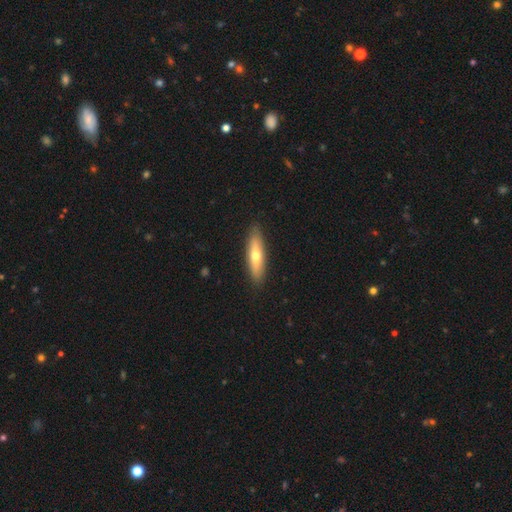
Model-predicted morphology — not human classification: The model was most divided on "smooth or featured": smooth: 53%, featured or disk: 41%, star or artifact: 6%. More confident: merging — none (89%); how rounded — cigar-shaped (69%).